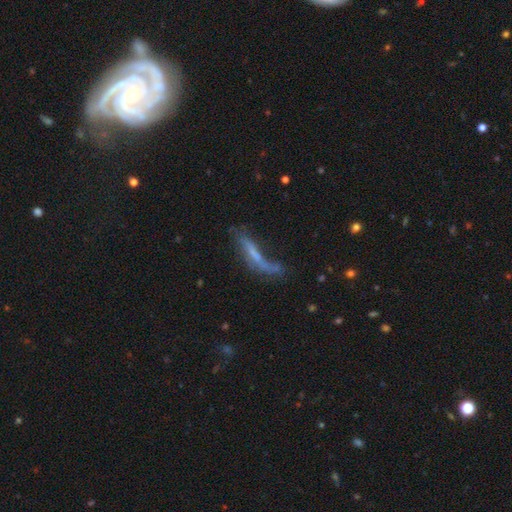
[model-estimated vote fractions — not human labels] This appears to be a featured or disk galaxy (48%). Merging: none (35%).